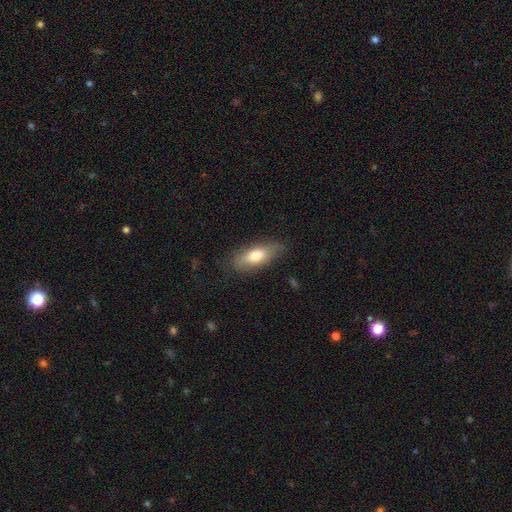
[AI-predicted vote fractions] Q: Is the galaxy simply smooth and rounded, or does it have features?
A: smooth — 72%.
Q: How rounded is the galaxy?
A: in between — 69%.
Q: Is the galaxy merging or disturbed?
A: none — 79%.